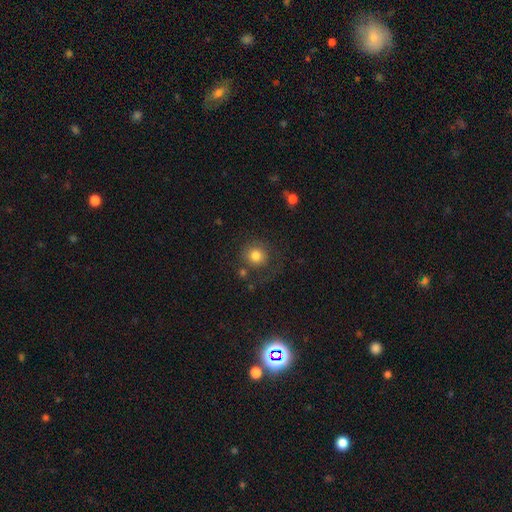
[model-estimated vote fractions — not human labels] The model was most divided on "merging": none: 69%, minor disturbance: 14%, major disturbance: 12%, merger: 6%. More confident: how rounded — round (90%); smooth or featured — smooth (78%).